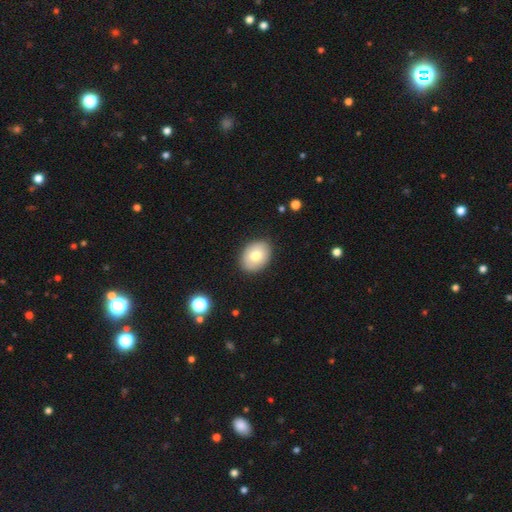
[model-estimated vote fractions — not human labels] A smooth galaxy with no disk features (74%) that is in between round and cigar-shaped (68%). Merging: none (88%).